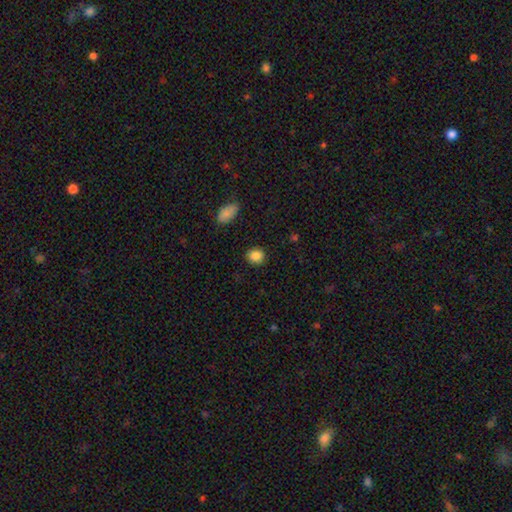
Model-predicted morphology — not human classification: This appears to be a smooth galaxy with no disk features (87%) that is round (74%). Merging: none (89%).